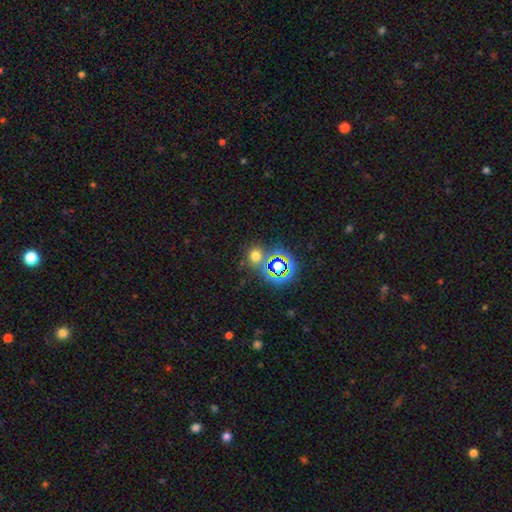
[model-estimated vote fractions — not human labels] smooth_or_featured: smooth (p=0.60) [alt: star or artifact p=0.32]
how_rounded: round (p=0.78) [alt: in between p=0.21]
merging: none (p=0.74) [alt: merger p=0.13]